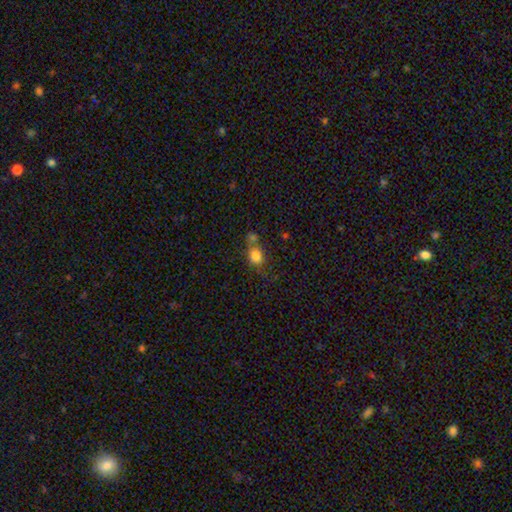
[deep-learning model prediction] smooth-or-featured: smooth: 80% | star or artifact: 11% | featured or disk: 10%
  how-rounded: round: 54% | in between: 44% | cigar-shaped: 2%
  merging: none: 43% | merger: 31% | minor disturbance: 17% | major disturbance: 8%